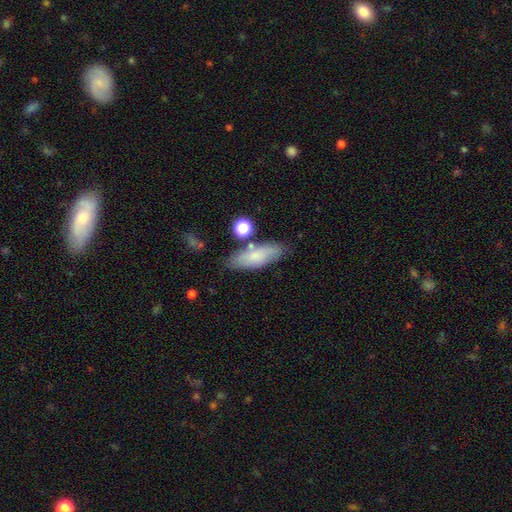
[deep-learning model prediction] Smooth or featured? smooth (72%)
How rounded? in between (54%)
Merging? none (74%)